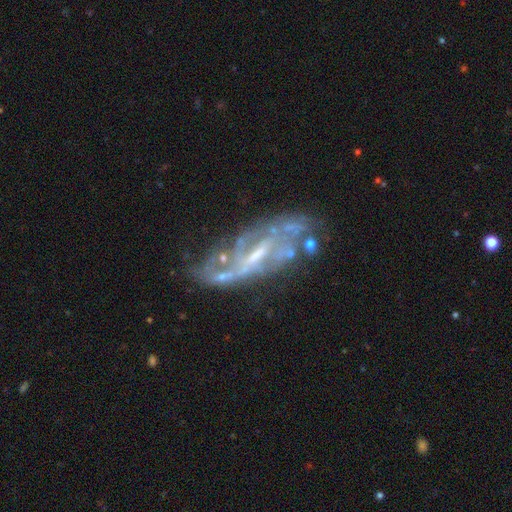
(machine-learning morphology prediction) This appears to be a featured or disk galaxy (83%) with a weak bar (46%), medium (40%) spiral arms (75%) and a small central bulge (47%). Merging: none (50%).